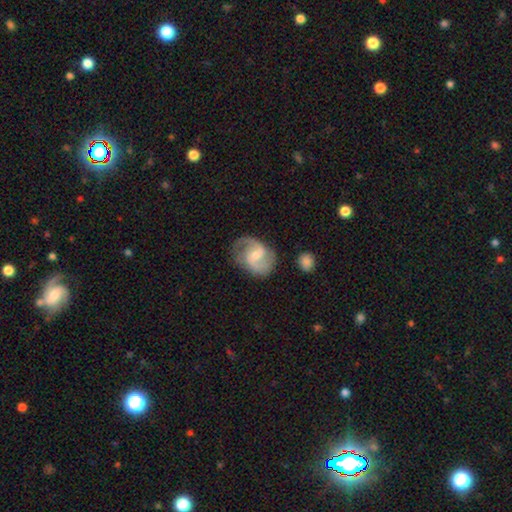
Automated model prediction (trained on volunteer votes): Q: Smooth or featured?
A: featured or disk (82%); runner-up: smooth (13%)
Q: Edge-on disk?
A: no (98%); runner-up: yes (2%)
Q: Bar?
A: weak (56%); runner-up: no (30%)
Q: Spiral arms?
A: yes (96%); runner-up: no (4%)
Q: Spiral winding?
A: medium (54%); runner-up: loose (31%)
Q: Spiral arm count?
A: 2 (88%); runner-up: can't tell (5%)
Q: Bulge size?
A: small (51%); runner-up: moderate (42%)
Q: Merging?
A: none (71%); runner-up: minor disturbance (18%)